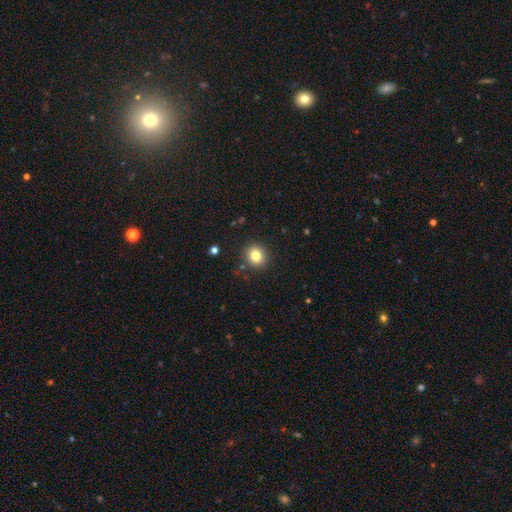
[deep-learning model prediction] Q: Smooth or featured?
A: smooth (80%); runner-up: star or artifact (12%)
Q: How rounded?
A: round (87%); runner-up: in between (13%)
Q: Merging?
A: none (89%); runner-up: minor disturbance (7%)